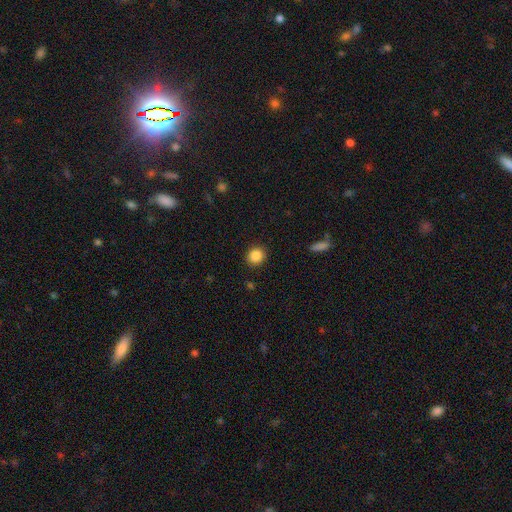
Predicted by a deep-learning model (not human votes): Overall: smooth (87%). How rounded: round (86%). Merging: none (90%).